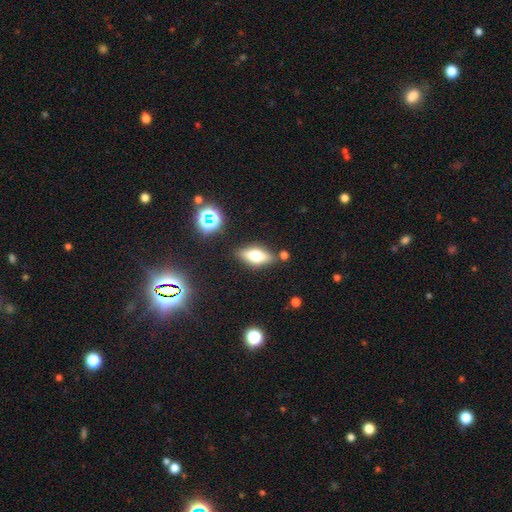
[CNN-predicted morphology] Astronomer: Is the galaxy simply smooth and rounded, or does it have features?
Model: smooth — 51% (runner-up: featured or disk, 37%).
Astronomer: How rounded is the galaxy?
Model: in between — 71%.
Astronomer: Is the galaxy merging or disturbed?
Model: none — 83%.